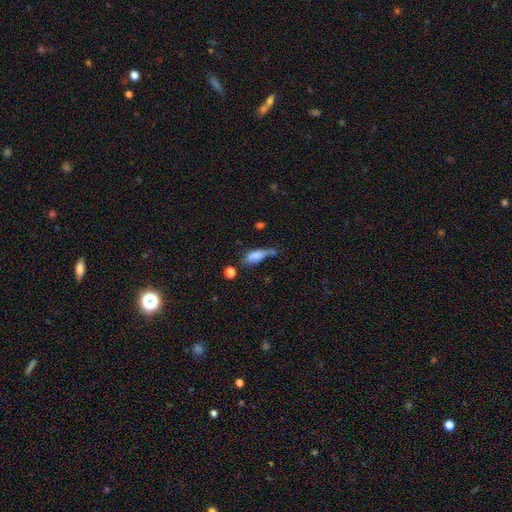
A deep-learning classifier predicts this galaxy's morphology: smooth_or_featured: smooth (p=0.78) [alt: featured or disk p=0.13]
how_rounded: in between (p=0.70) [alt: cigar-shaped p=0.26]
merging: none (p=0.36) [alt: minor disturbance p=0.30]